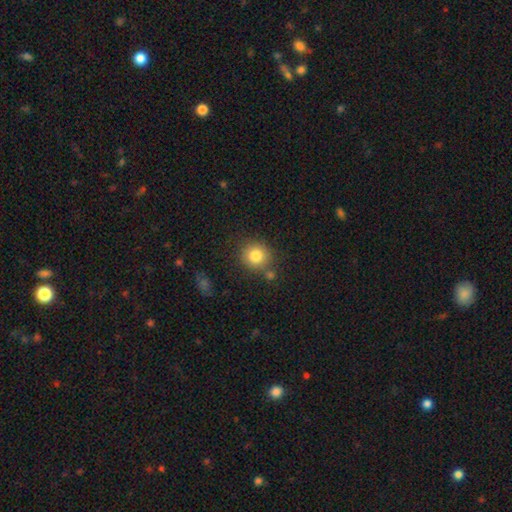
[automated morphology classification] A smooth galaxy with no disk features (81%) that is round (89%). Merging: none (77%).